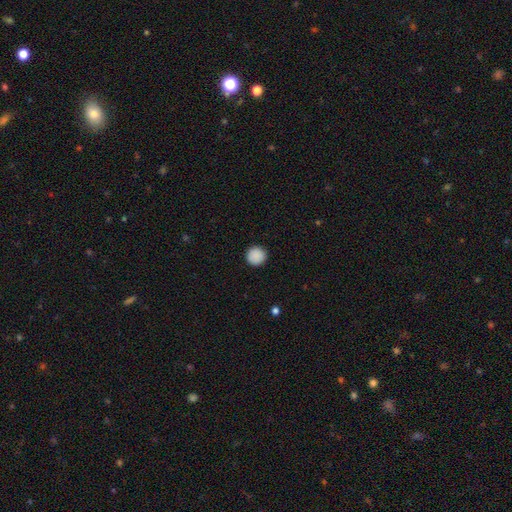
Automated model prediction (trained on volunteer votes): This appears to be a smooth galaxy with no disk features (90%) that is round (95%). Merging: none (92%).